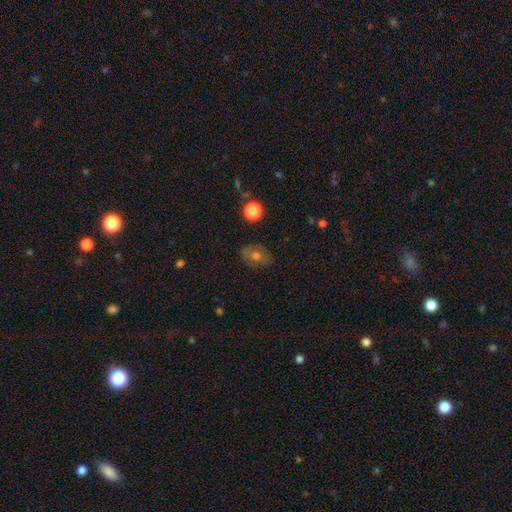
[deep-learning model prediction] smooth_or_featured: smooth (p=0.55) [alt: featured or disk p=0.25]
how_rounded: in between (p=0.66) [alt: round p=0.32]
merging: none (p=0.80) [alt: minor disturbance p=0.14]